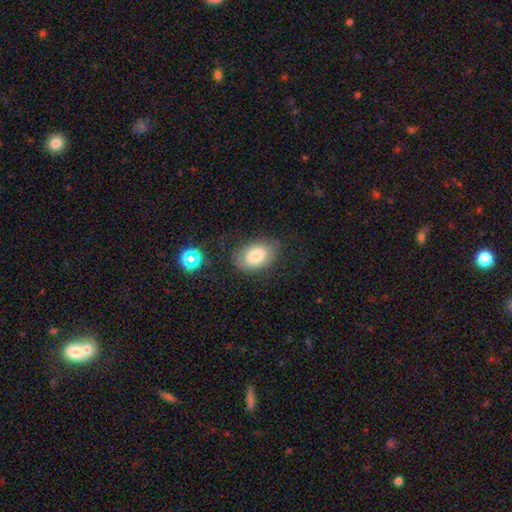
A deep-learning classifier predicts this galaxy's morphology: A smooth galaxy with no disk features (77%) that is in between round and cigar-shaped (88%). Merging: none (73%).